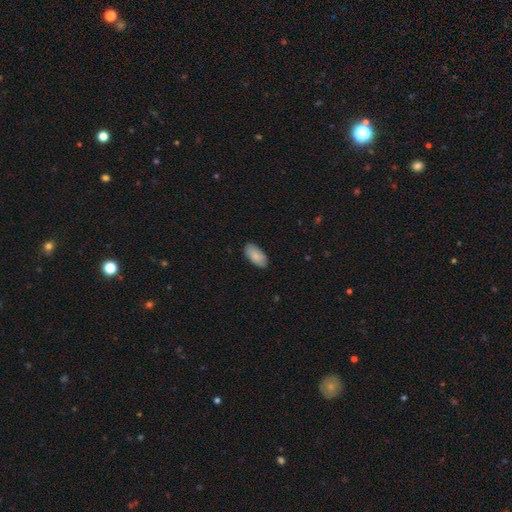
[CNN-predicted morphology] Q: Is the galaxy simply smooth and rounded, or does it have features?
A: smooth — 87%.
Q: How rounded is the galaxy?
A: in between — 94%.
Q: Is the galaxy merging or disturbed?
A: none — 86%.